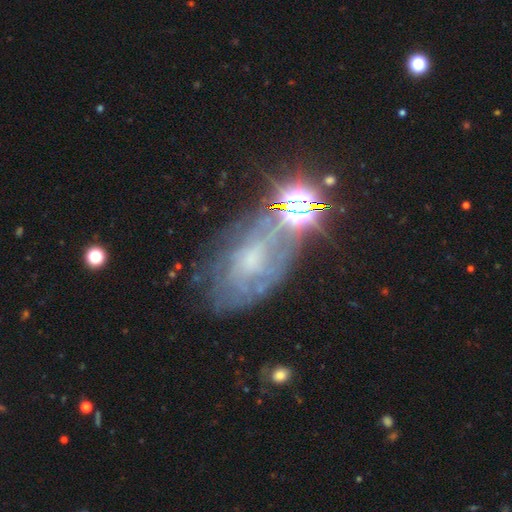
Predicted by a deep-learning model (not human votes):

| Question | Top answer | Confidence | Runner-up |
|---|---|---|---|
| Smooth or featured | featured or disk | 60% | star or artifact (23%) |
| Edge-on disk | no | 92% | yes (8%) |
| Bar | no | 66% | weak (27%) |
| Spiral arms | yes | 68% | no (32%) |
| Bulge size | small | 59% | moderate (25%) |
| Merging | none | 54% | minor disturbance (19%) |